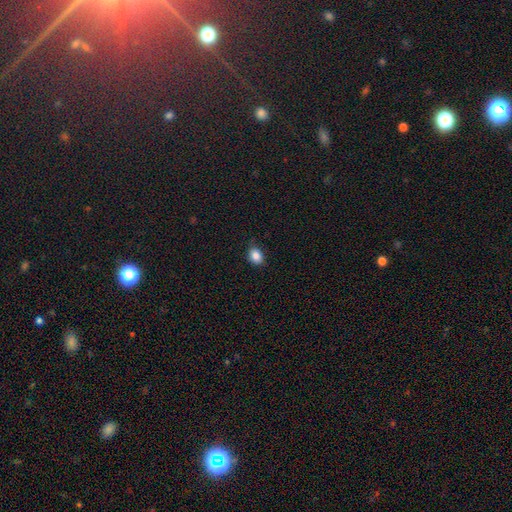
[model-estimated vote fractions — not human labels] The model was most divided on "how rounded": in between: 61%, round: 38%, cigar-shaped: 1%. More confident: smooth or featured — smooth (86%); merging — none (84%).